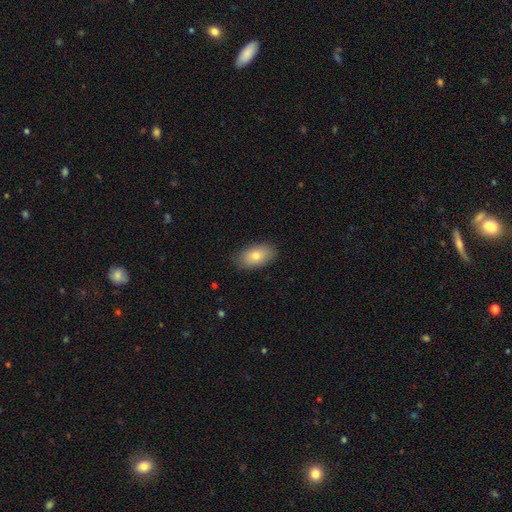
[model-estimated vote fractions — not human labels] Morphology: type=smooth (80%); roundness=in between (92%); merging=none (87%).